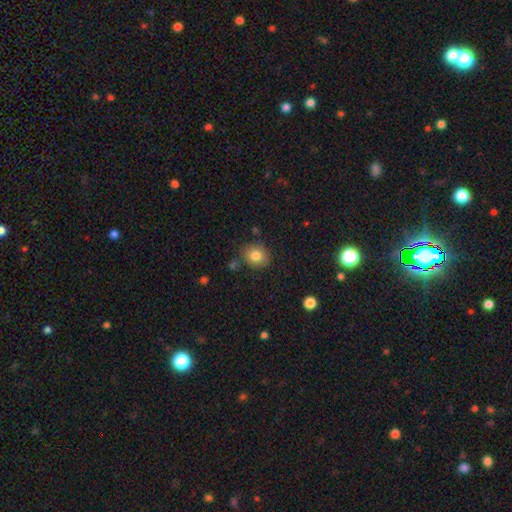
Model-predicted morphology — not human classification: A smooth galaxy with no disk features (81%) that is round (73%). Merging: none (80%).